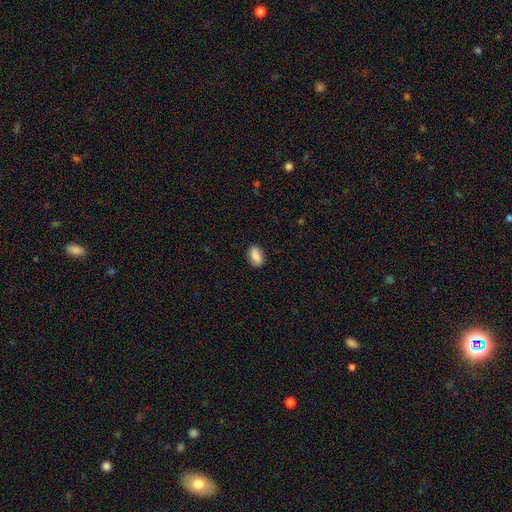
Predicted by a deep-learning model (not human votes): Smooth or featured? Predicted: smooth (p=0.80). How rounded? Predicted: in between (p=0.89). Merging? Predicted: none (p=0.86).